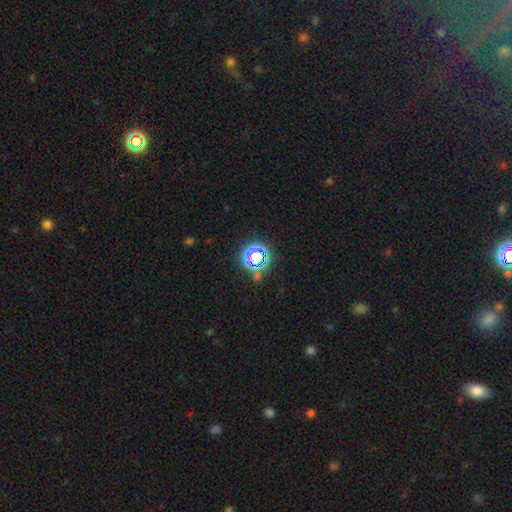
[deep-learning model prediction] This is likely a star or artifact rather than a galaxy (65%).